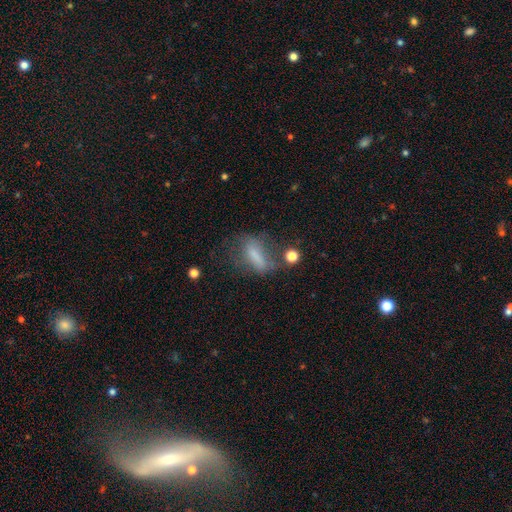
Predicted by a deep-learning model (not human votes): This is possibly a smooth galaxy (59%). How rounded: likely in between (64%). Merging: marginally none (34%).